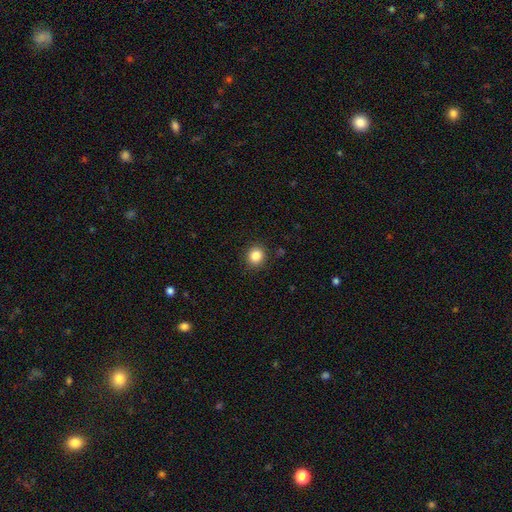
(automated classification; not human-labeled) The model was most divided on "how rounded": round: 85%, in between: 14%, cigar-shaped: 1%. More confident: merging — none (90%); smooth or featured — smooth (85%).